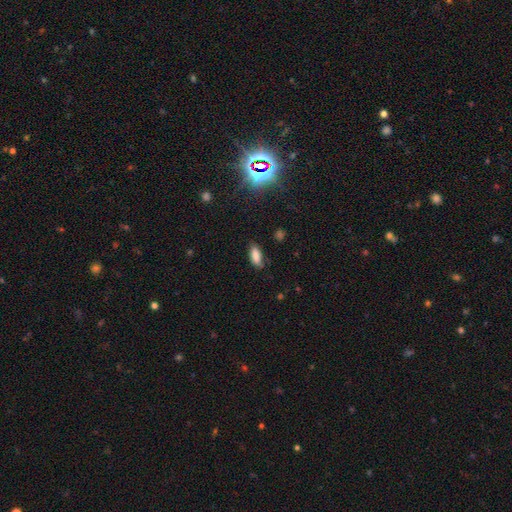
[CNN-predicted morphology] The model was most divided on "merging": none: 76%, minor disturbance: 19%, major disturbance: 4%, merger: 2%. More confident: smooth or featured — smooth (84%); how rounded — in between (81%).